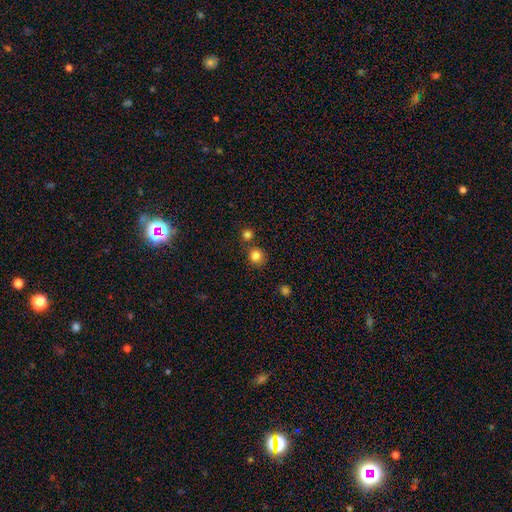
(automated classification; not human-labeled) This is clearly a smooth galaxy (83%). How rounded: clearly round (90%). Merging: likely none (74%).